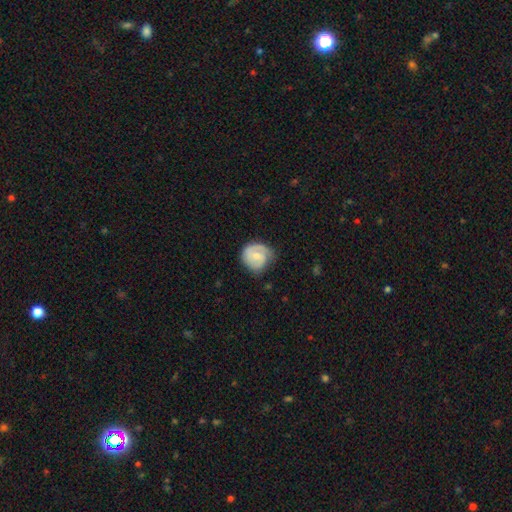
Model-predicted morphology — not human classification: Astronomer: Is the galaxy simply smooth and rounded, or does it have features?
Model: featured or disk — 65%.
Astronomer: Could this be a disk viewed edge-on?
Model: no — 98%.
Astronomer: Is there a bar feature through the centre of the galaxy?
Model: no — 46% (runner-up: weak, 45%).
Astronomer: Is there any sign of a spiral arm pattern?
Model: yes — 90%.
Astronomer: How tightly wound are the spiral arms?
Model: tight — 49% (runner-up: medium, 38%).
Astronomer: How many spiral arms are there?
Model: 2 — 59%.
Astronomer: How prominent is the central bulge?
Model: small — 51% (runner-up: moderate, 42%).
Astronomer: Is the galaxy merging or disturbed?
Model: none — 63%.